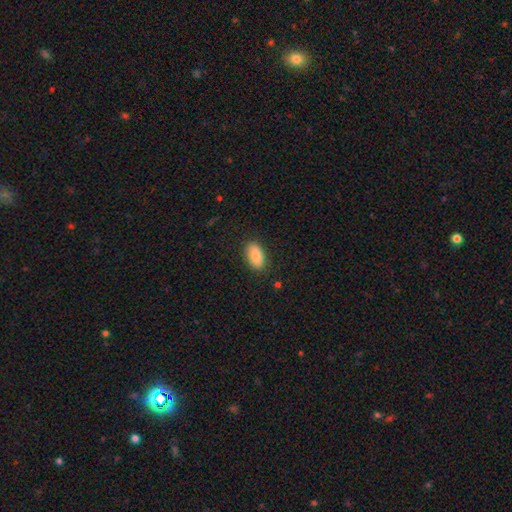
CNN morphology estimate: This appears to be a smooth galaxy with no disk features (88%) that is in between round and cigar-shaped (93%). Merging: none (87%).